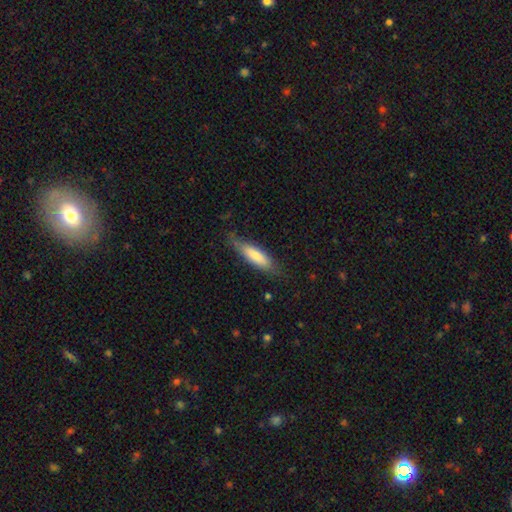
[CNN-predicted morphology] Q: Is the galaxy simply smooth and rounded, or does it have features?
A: smooth — 74%.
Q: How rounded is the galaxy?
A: cigar-shaped — 62%.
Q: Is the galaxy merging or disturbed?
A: none — 73%.